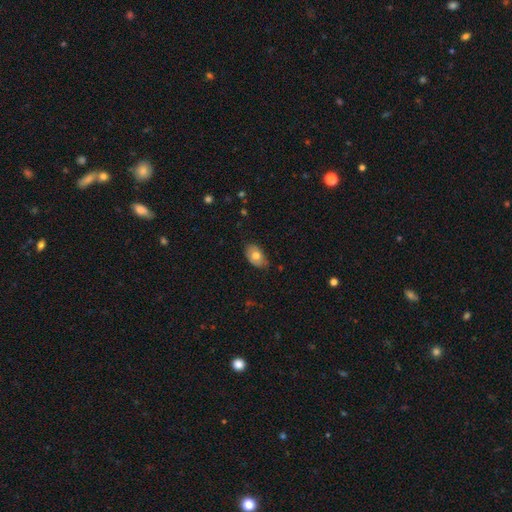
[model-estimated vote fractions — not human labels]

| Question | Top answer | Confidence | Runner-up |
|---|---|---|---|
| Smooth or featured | smooth | 72% | featured or disk (21%) |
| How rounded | in between | 90% | round (9%) |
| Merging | none | 75% | minor disturbance (21%) |